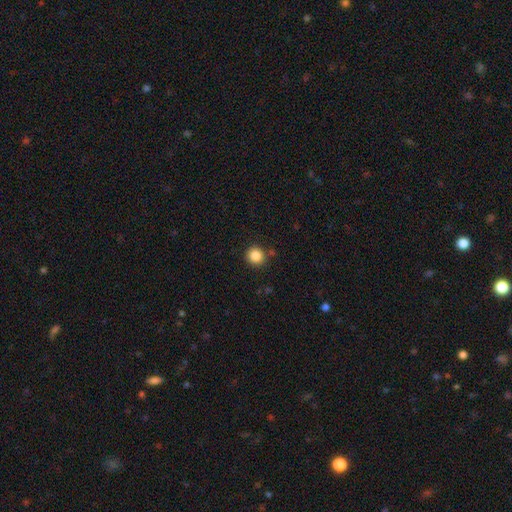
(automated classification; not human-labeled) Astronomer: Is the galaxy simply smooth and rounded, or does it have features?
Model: smooth — 86%.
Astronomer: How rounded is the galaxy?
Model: round — 92%.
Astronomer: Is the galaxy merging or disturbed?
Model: none — 88%.